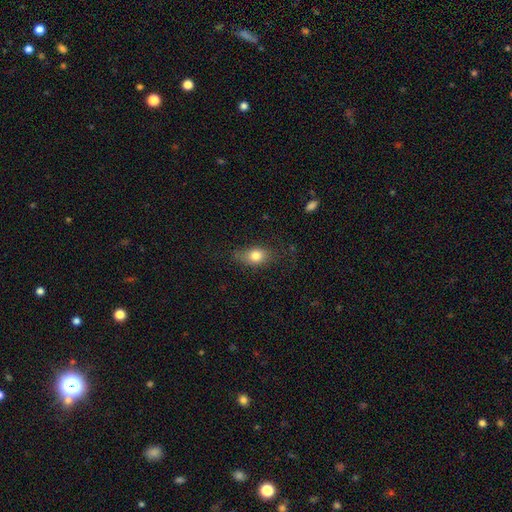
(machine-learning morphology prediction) Smooth or featured: smooth — 78% (featured or disk — 13%)
How rounded: in between — 74% (round — 21%)
Merging: none — 66% (minor disturbance — 24%)